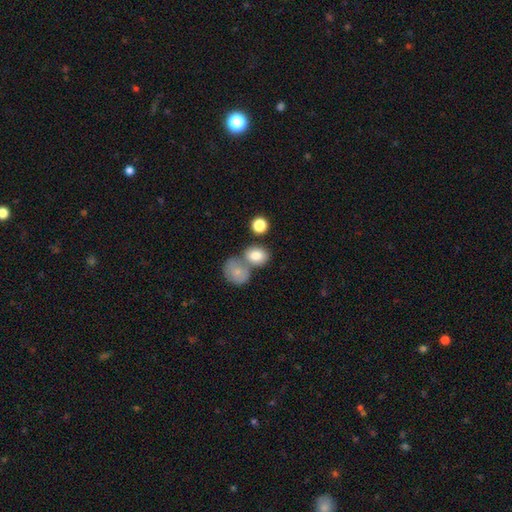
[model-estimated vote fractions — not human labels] The model was most divided on "merging": none: 43%, merger: 41%, minor disturbance: 11%, major disturbance: 4%. More confident: smooth or featured — smooth (80%); how rounded — in between (55%).